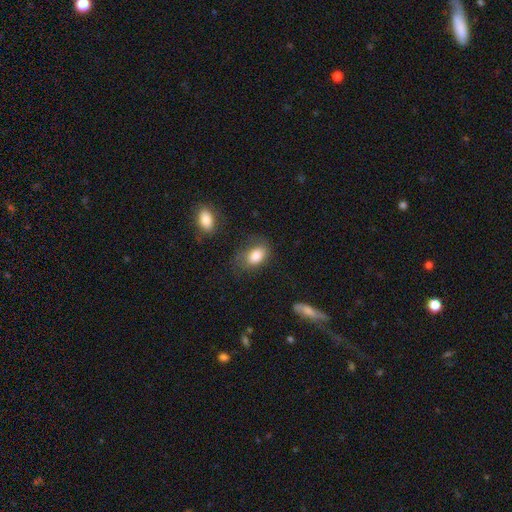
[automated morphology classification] Smooth or featured?
  - smooth: 83% *
  - featured or disk: 9%
  - star or artifact: 8%
How rounded?
  - in between: 84% *
  - round: 14%
  - cigar-shaped: 1%
Merging?
  - none: 61% *
  - minor disturbance: 25%
  - major disturbance: 12%
  - merger: 3%